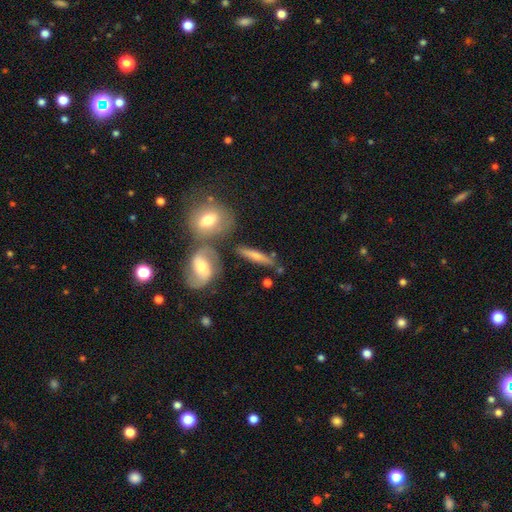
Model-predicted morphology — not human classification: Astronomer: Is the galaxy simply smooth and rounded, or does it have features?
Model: smooth — 52% (runner-up: featured or disk, 41%).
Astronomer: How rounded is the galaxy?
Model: cigar-shaped — 77%.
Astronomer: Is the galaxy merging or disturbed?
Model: none — 72%.